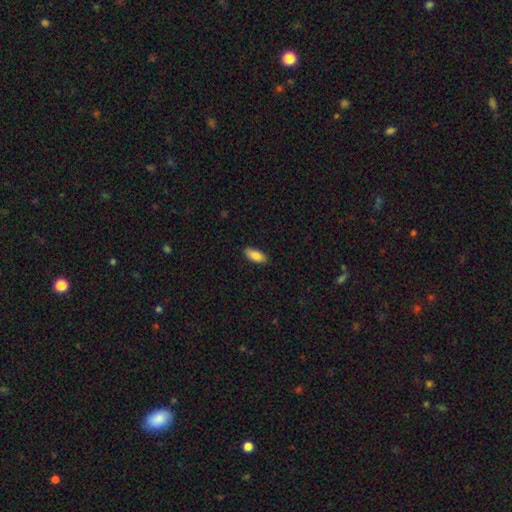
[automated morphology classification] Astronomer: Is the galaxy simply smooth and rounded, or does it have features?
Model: smooth — 85%.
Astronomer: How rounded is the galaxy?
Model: in between — 84%.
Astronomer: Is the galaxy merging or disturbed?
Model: none — 87%.